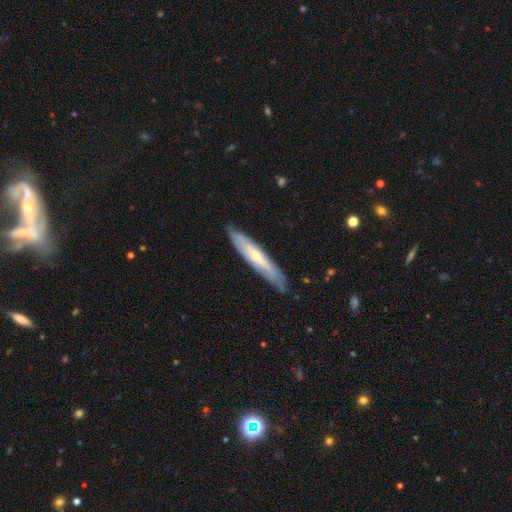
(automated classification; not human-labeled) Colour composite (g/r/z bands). It shows a featured or disk galaxy (57%) viewed edge-on (67%). Merging: none (82%).